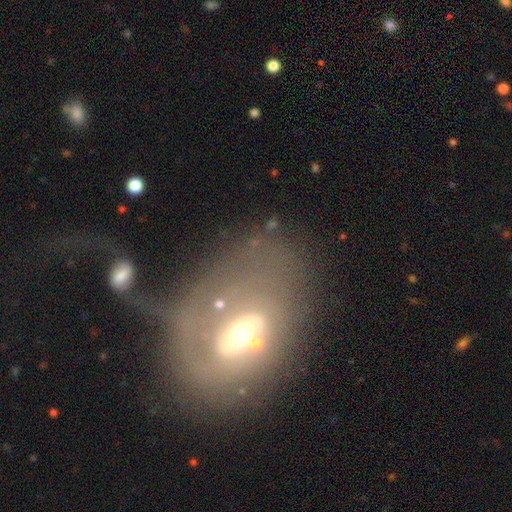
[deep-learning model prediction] Morphology: type=featured or disk (54%); edge-on=no (94%); bar=no (65%); spiral arms=no (68%); bulge=moderate (58%); merging=merger (33%).